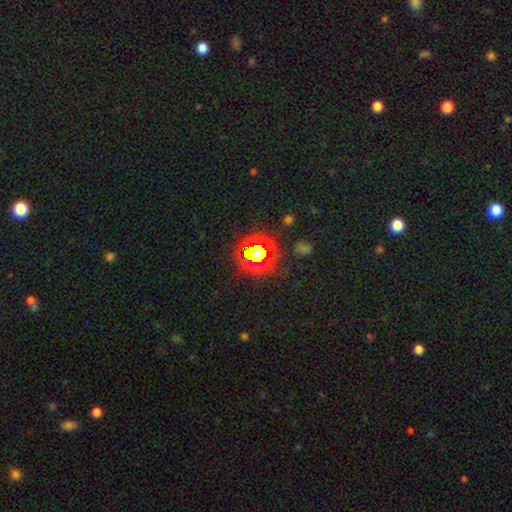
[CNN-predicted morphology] The model was most divided on "smooth or featured": star or artifact: 62%, smooth: 28%, featured or disk: 10%.